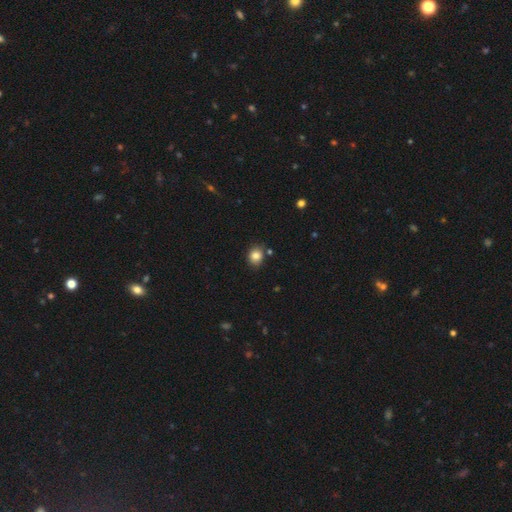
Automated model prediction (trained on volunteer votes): The model was most divided on "how rounded": round: 64%, in between: 35%, cigar-shaped: 1%. More confident: smooth or featured — smooth (83%); merging — none (81%).